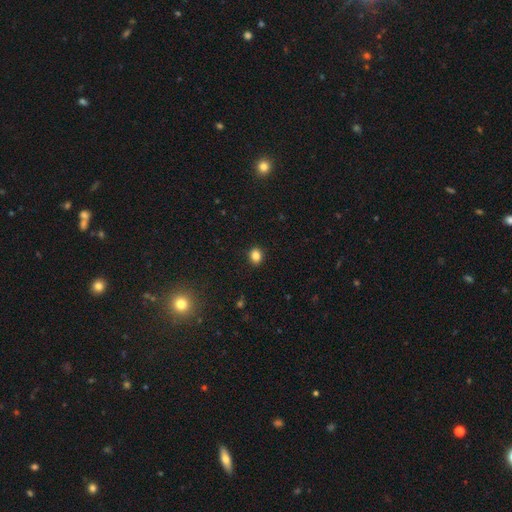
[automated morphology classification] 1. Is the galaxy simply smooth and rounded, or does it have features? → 84% smooth, 12% star or artifact, 4% featured or disk.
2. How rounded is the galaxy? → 59% round, 40% in between, 1% cigar-shaped.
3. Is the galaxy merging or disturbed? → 90% none, 7% minor disturbance, 2% major disturbance, 1% merger.